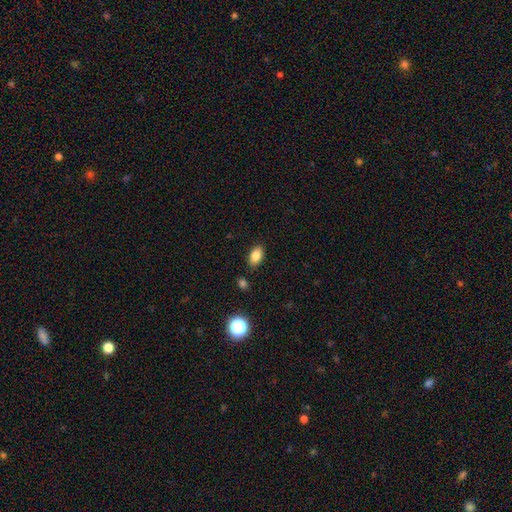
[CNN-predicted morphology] This appears to be a smooth galaxy with no disk features (84%) that is in between round and cigar-shaped (89%). Merging: none (86%).